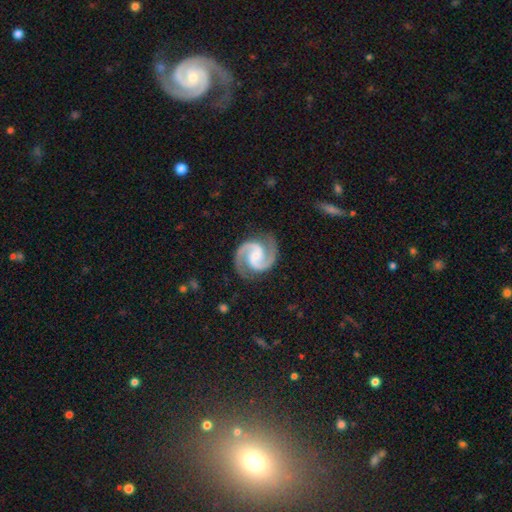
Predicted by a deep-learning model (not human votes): Morphology: type=featured or disk (94%); edge-on=no (99%); bar=no (46%); spiral arms=yes (99%); winding=medium (64%); arm count=2 (95%); bulge=small (55%); merging=none (85%).